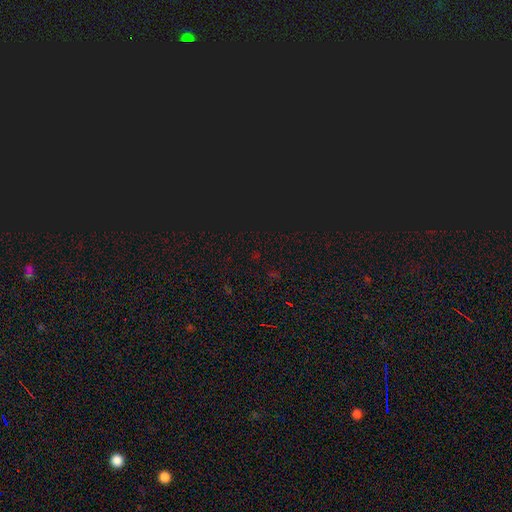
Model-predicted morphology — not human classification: Smooth or featured?
  - star or artifact: 73% *
  - smooth: 20%
  - featured or disk: 7%